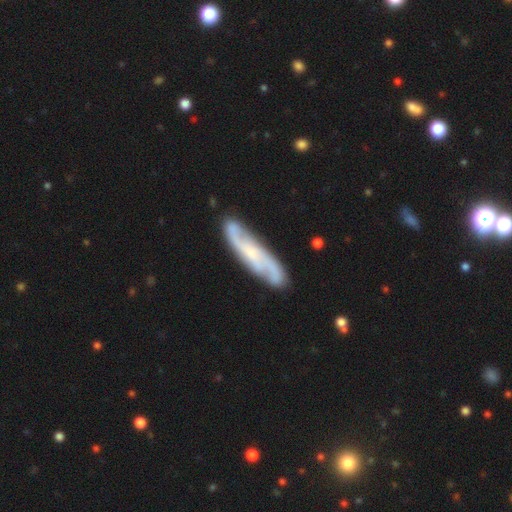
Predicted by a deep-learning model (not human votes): The model was most divided on "spiral winding": medium: 45%, tight: 28%, loose: 27%. More confident: spiral arms — yes (96%); merging — none (81%); edge-on disk — no (80%); smooth or featured — featured or disk (78%); spiral arm count — 2 (74%); bulge size — small (57%); bar — no (55%).